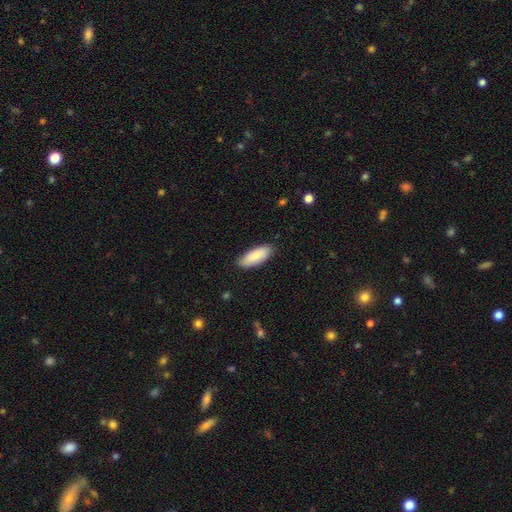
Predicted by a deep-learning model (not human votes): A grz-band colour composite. It shows a smooth galaxy with no disk features (84%) that is in between round and cigar-shaped (77%). Merging: none (86%).